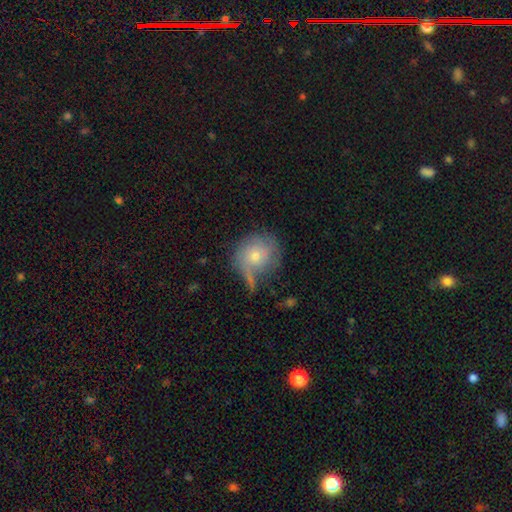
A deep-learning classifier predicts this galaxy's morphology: smooth 58%, featured or disk 32%, star or artifact 10%. Down the decision tree: how rounded — round (78%); merging — none (51%).